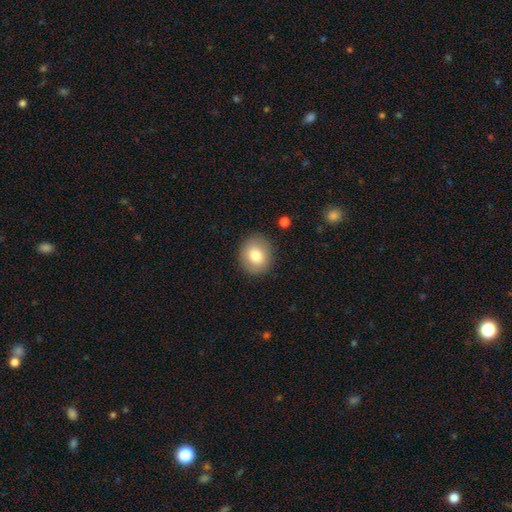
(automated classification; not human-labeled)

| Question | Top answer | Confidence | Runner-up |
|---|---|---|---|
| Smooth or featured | smooth | 78% | featured or disk (13%) |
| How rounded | round | 77% | in between (22%) |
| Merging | none | 87% | minor disturbance (9%) |